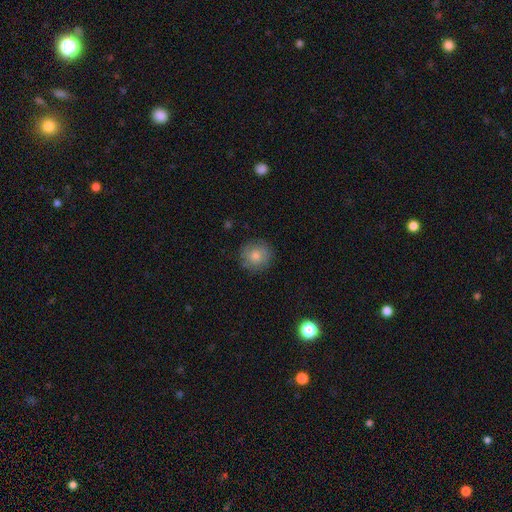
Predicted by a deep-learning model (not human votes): The model was most divided on "smooth or featured": smooth: 69%, featured or disk: 19%, star or artifact: 12%. More confident: how rounded — round (91%); merging — none (85%).